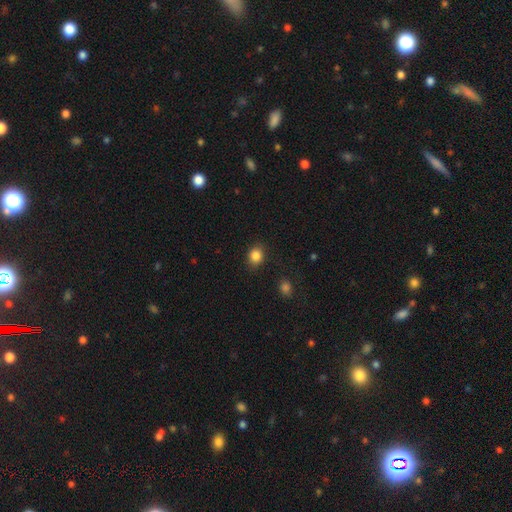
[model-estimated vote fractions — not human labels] Q: Smooth or featured?
A: smooth (85%); runner-up: star or artifact (10%)
Q: How rounded?
A: round (64%); runner-up: in between (35%)
Q: Merging?
A: none (85%); runner-up: minor disturbance (10%)